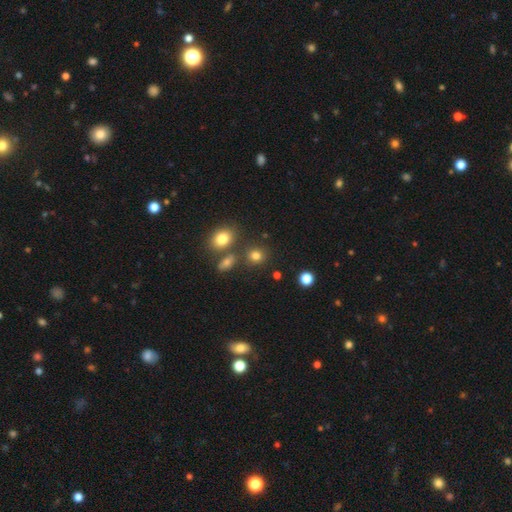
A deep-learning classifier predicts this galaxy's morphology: Q: Smooth or featured?
A: smooth (79%); runner-up: star or artifact (14%)
Q: How rounded?
A: round (77%); runner-up: in between (22%)
Q: Merging?
A: none (75%); runner-up: merger (12%)